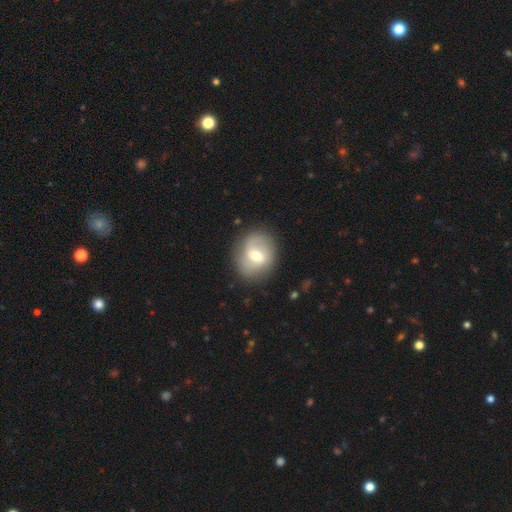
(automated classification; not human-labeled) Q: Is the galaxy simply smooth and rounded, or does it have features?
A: featured or disk — 48%.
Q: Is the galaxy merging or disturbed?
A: none — 81%.